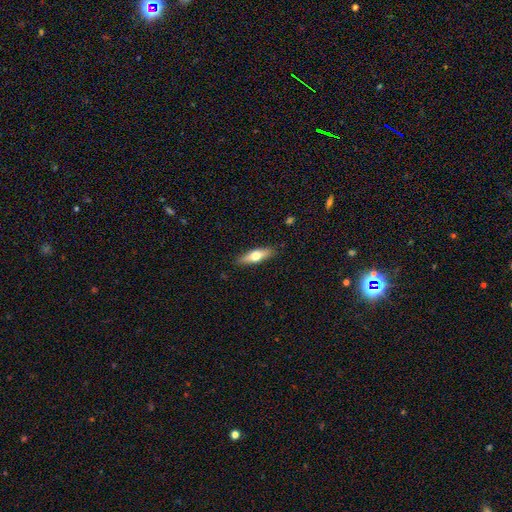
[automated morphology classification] Overall: smooth (54%; featured or disk 40%). How rounded: cigar-shaped (56%; in between 41%). Merging: none (89%).